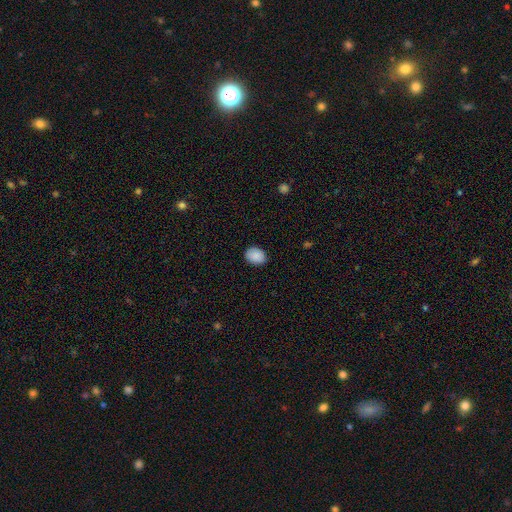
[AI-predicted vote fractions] This appears to be a smooth galaxy with no disk features (89%) that is in between round and cigar-shaped (61%). Merging: none (87%).